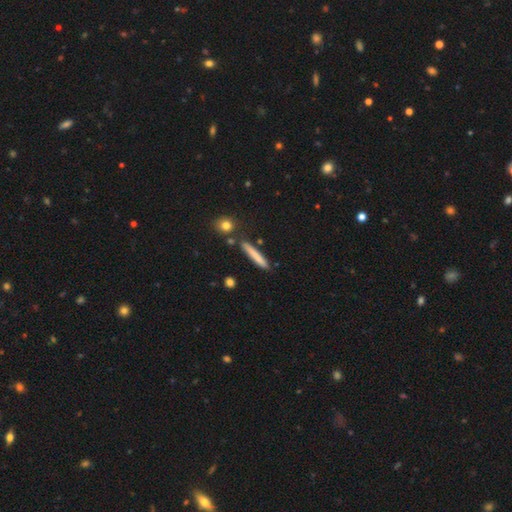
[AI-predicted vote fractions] This is likely a smooth galaxy (75%). How rounded: clearly cigar-shaped (94%). Merging: clearly none (84%).